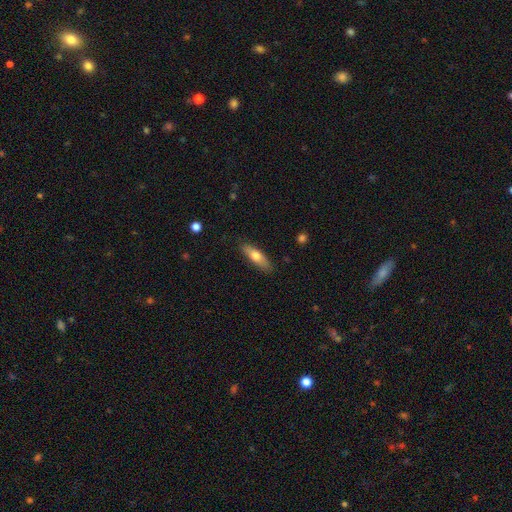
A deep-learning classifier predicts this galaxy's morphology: type=smooth (68%); roundness=cigar-shaped (54%); merging=none (85%).